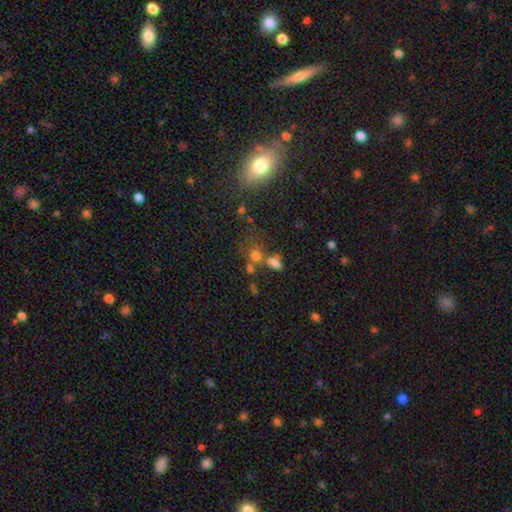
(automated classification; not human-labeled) The model was most divided on "merging": none: 43%, merger: 35%, minor disturbance: 12%, major disturbance: 10%. More confident: smooth or featured — smooth (64%); how rounded — round (63%).